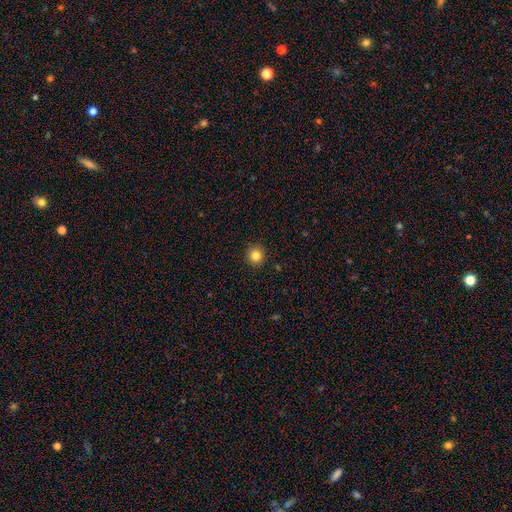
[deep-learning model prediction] smooth_or_featured: smooth (p=0.83) [alt: star or artifact p=0.12]
how_rounded: round (p=0.94) [alt: in between p=0.05]
merging: none (p=0.92) [alt: minor disturbance p=0.05]